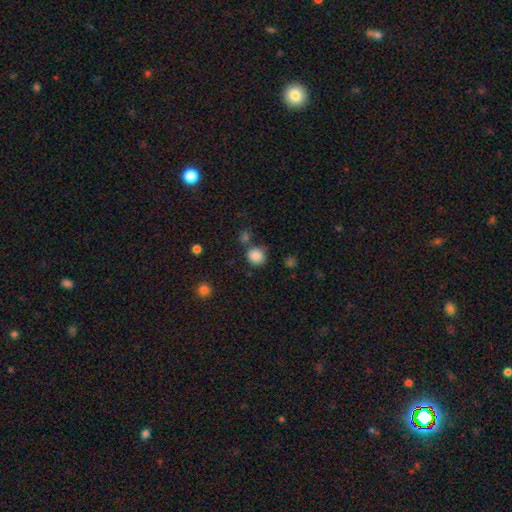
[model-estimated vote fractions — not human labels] Q: Smooth or featured?
A: smooth (86%); runner-up: star or artifact (10%)
Q: How rounded?
A: round (80%); runner-up: in between (19%)
Q: Merging?
A: none (71%); runner-up: minor disturbance (13%)